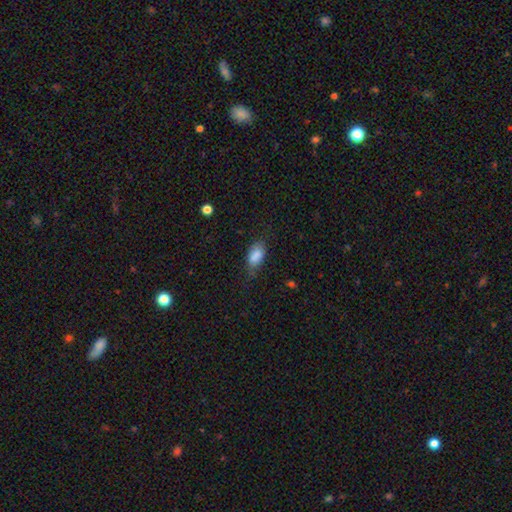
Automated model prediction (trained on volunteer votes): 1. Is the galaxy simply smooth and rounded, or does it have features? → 83% smooth, 9% featured or disk, 8% star or artifact.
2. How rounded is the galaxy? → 89% in between, 6% cigar-shaped, 4% round.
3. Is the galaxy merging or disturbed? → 60% none, 28% minor disturbance, 10% major disturbance, 2% merger.